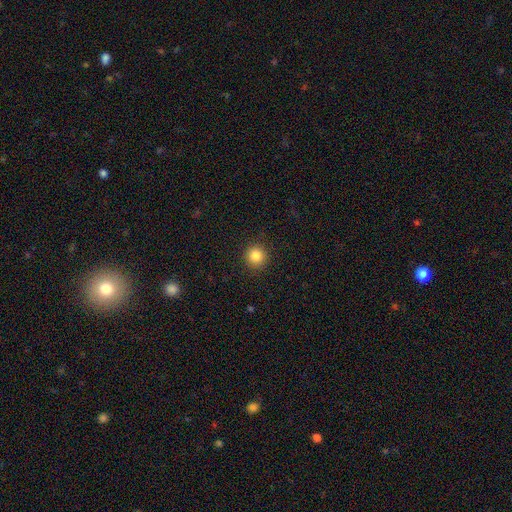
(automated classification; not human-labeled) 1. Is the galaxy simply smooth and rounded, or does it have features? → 85% smooth, 11% star or artifact, 4% featured or disk.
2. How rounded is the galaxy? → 94% round, 5% in between, 1% cigar-shaped.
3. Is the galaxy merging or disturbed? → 91% none, 6% minor disturbance, 2% major disturbance, 1% merger.